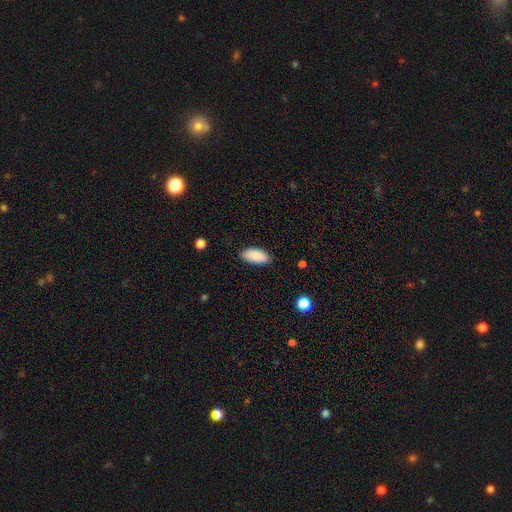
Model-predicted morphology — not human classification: Smooth or featured? Predicted: smooth (p=0.89). How rounded? Predicted: in between (p=0.90). Merging? Predicted: none (p=0.86).